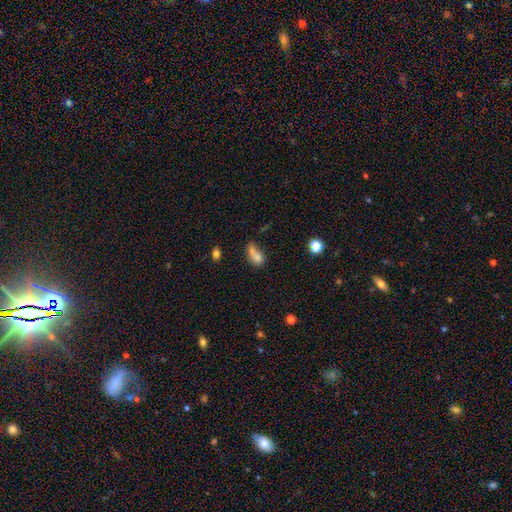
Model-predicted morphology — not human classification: Smooth or featured? smooth (72%)
How rounded? in between (68%)
Merging? merger (50%)